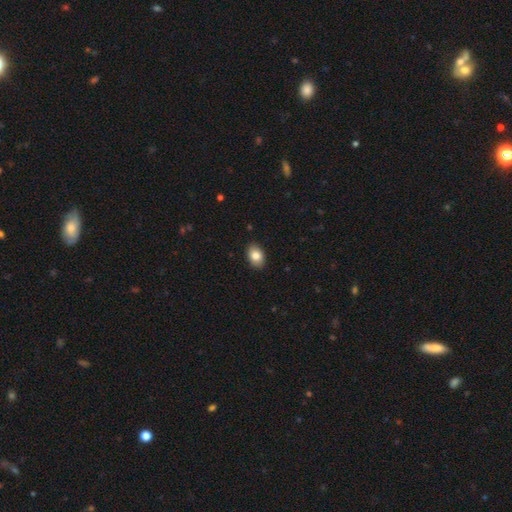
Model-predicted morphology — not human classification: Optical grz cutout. It shows a smooth galaxy with no disk features (83%) that is in between round and cigar-shaped (84%). Merging: none (88%).